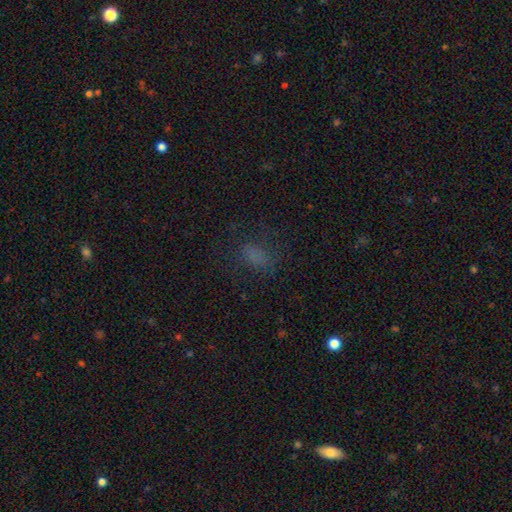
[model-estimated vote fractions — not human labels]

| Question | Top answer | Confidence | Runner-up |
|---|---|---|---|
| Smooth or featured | smooth | 67% | star or artifact (22%) |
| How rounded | in between | 79% | round (16%) |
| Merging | none | 65% | minor disturbance (18%) |